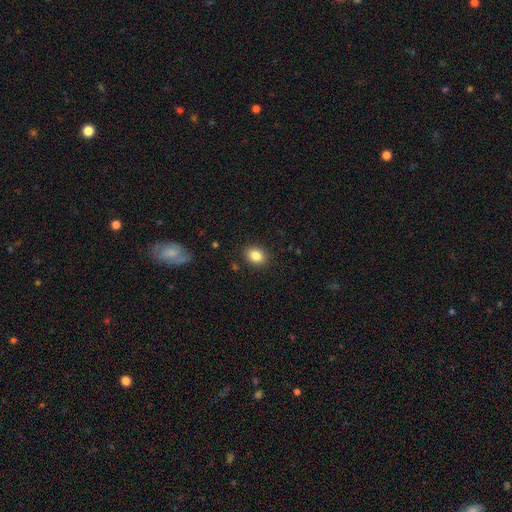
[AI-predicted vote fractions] A smooth galaxy with no disk features (86%) that is in between round and cigar-shaped (63%). Merging: none (88%).